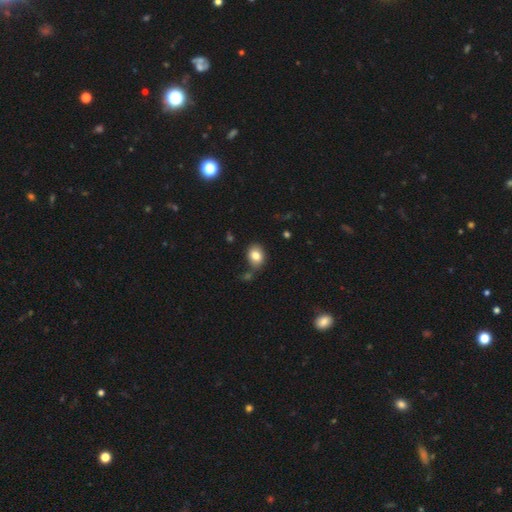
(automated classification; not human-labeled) A smooth galaxy with no disk features (81%) that is round (50%). Merging: none (71%).